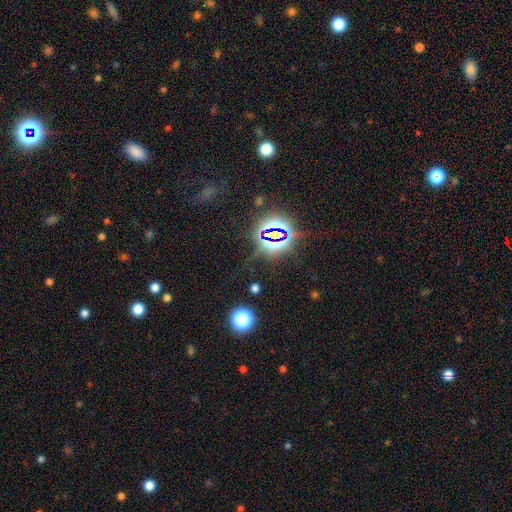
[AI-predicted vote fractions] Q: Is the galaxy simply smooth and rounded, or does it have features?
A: star or artifact — 81%.